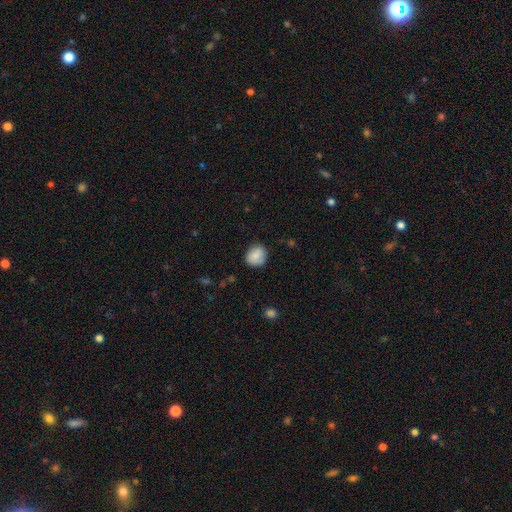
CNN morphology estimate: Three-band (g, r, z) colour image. It shows a smooth galaxy with no disk features (81%) that is round (73%). Merging: none (77%).